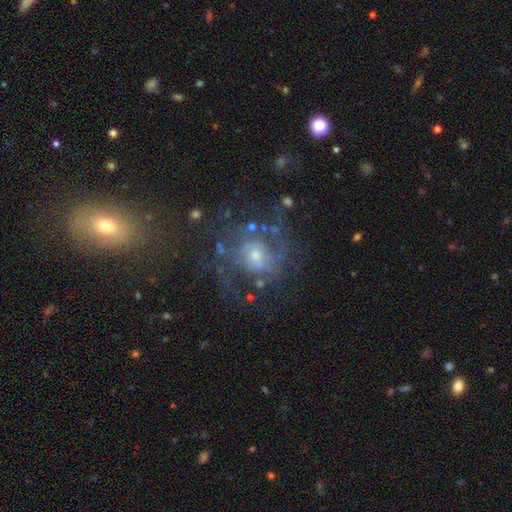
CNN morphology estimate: The model was most divided on "bulge size": moderate: 47%, small: 43%, large: 5%, none: 3%, dominant: 1%. More confident: edge-on disk — no (97%); spiral arms — yes (73%); bar — no (73%); smooth or featured — featured or disk (69%); merging — none (56%).